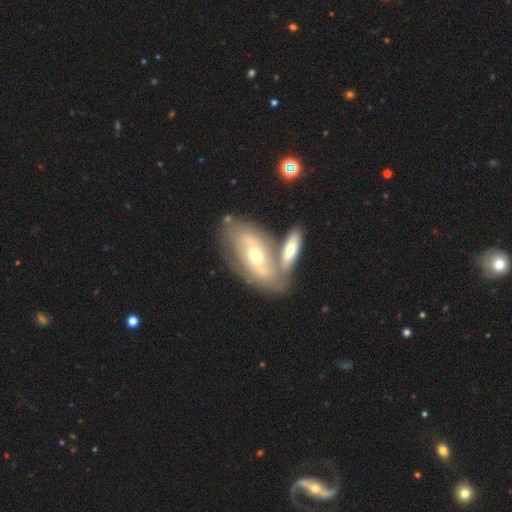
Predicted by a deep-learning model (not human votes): Smooth or featured: featured or disk — 64% (smooth — 31%)
Edge-on disk: no — 84% (yes — 16%)
Bar: no — 55% (weak — 30%)
Spiral arms: yes — 62% (no — 38%)
Bulge size: moderate — 71% (small — 20%)
Merging: none — 44% (merger — 39%)